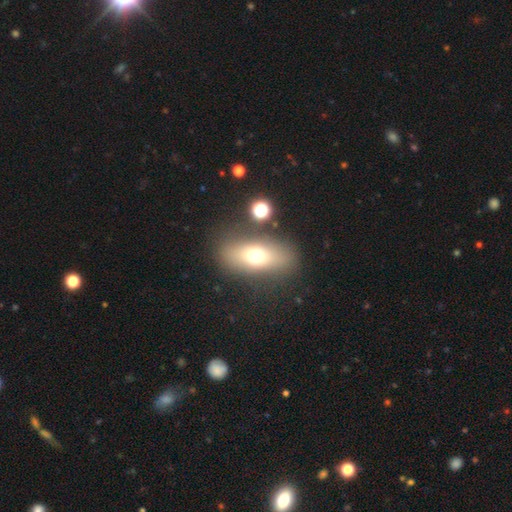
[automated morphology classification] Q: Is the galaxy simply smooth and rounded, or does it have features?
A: smooth — 63%.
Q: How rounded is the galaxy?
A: in between — 76%.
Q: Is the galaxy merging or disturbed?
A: none — 78%.